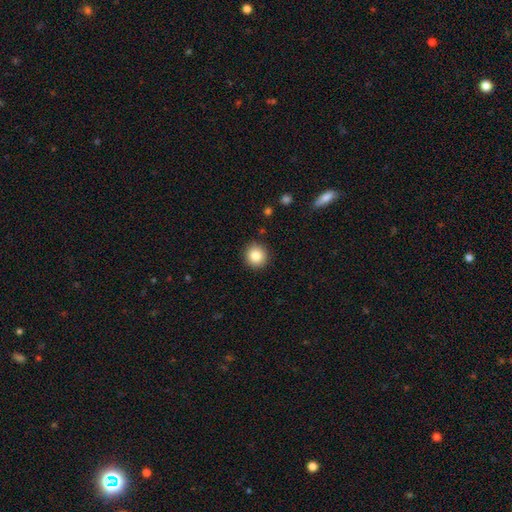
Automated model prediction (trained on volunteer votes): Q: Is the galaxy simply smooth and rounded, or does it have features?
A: smooth — 85%.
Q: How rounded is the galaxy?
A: round — 92%.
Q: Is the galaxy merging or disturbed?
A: none — 90%.